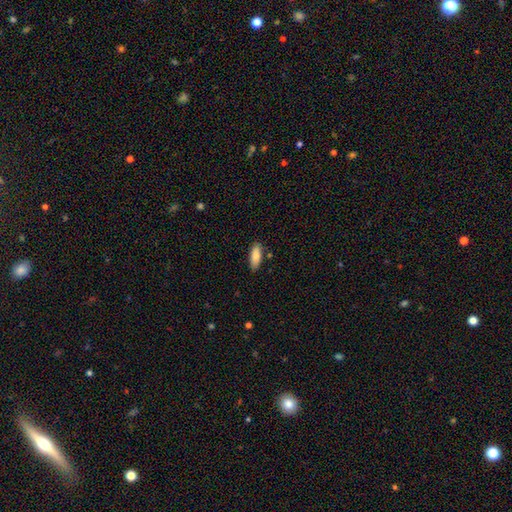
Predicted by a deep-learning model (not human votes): Smooth or featured? Predicted: smooth (p=0.85). How rounded? Predicted: in between (p=0.71). Merging? Predicted: none (p=0.82).